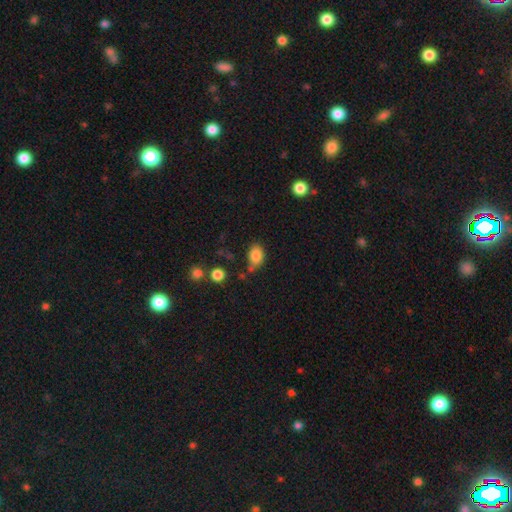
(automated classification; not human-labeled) This appears to be a smooth galaxy with no disk features (84%) that is in between round and cigar-shaped (75%). Merging: none (63%).